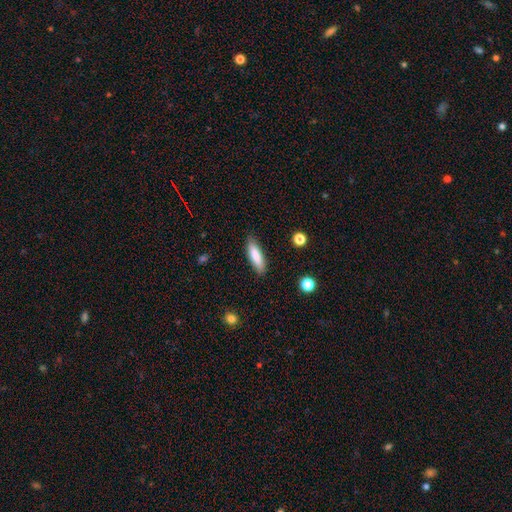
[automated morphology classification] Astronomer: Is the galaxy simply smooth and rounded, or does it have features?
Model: smooth — 82%.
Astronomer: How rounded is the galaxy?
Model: cigar-shaped — 59% (runner-up: in between, 40%).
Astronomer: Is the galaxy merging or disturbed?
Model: none — 86%.